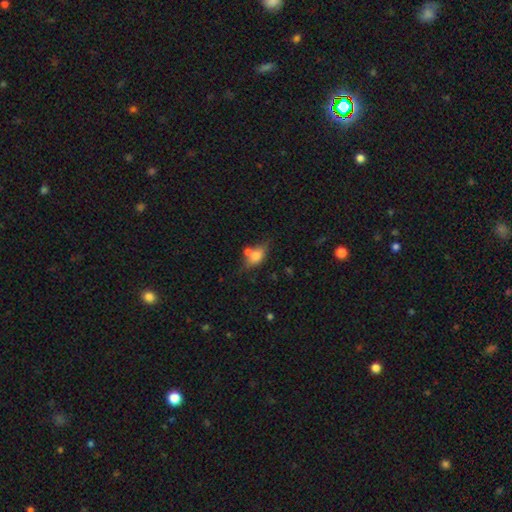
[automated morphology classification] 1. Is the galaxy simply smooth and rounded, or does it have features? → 71% smooth, 20% featured or disk, 10% star or artifact.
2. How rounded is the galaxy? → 80% in between, 10% cigar-shaped, 10% round.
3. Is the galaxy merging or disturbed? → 53% none, 22% merger, 18% minor disturbance, 7% major disturbance.